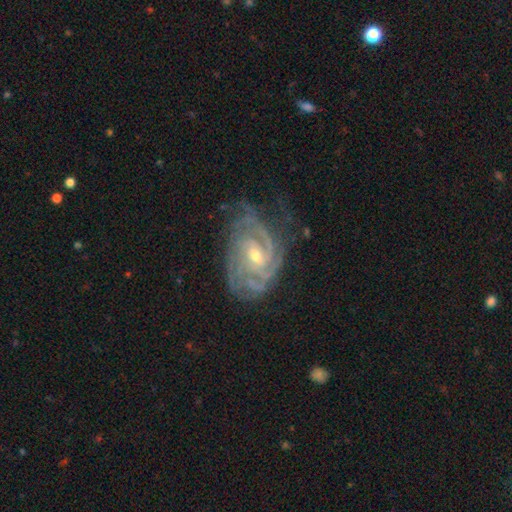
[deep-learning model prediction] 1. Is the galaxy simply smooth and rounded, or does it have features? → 91% featured or disk, 5% star or artifact, 4% smooth.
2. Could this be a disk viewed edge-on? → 97% no, 3% yes.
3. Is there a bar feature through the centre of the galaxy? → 44% no, 43% weak, 13% strong.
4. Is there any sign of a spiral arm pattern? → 98% yes, 2% no.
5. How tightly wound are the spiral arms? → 73% tight, 23% medium, 4% loose.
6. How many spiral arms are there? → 23% 3 (tied), 23% 4 (tied), 23% can't tell (tied), 16% 2, 8% more than 4, 7% 1.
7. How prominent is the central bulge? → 54% small, 43% moderate, 1% large, 1% none, 1% dominant.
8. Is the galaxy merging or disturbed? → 65% none, 23% minor disturbance, 10% major disturbance, 2% merger.